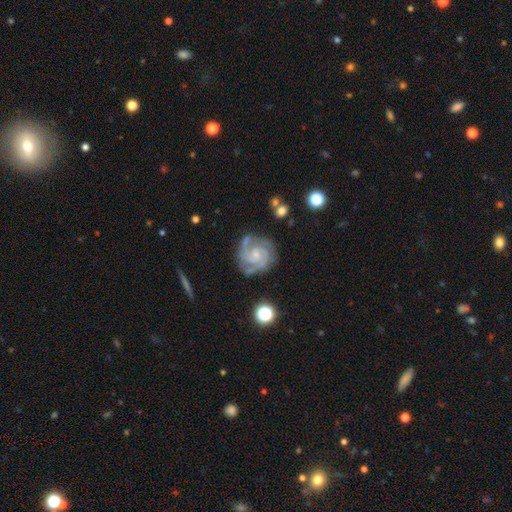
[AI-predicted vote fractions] Overall: featured or disk (89%). Edge-on disk: no (98%). Bar: no (65%; weak 30%). Spiral arms: yes (98%). Spiral arm count: 3 (38%; 2 35%). Spiral winding: tight (58%; medium 37%). Bulge size: small (67%). Merging: none (71%).